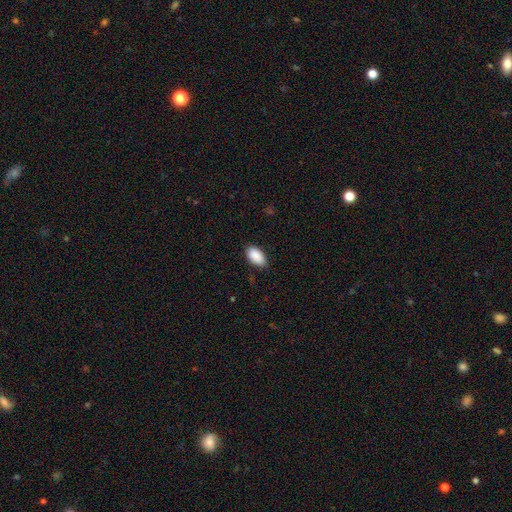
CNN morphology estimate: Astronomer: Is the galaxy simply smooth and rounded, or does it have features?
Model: smooth — 90%.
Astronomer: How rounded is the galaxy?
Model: in between — 95%.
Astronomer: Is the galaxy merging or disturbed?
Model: none — 84%.